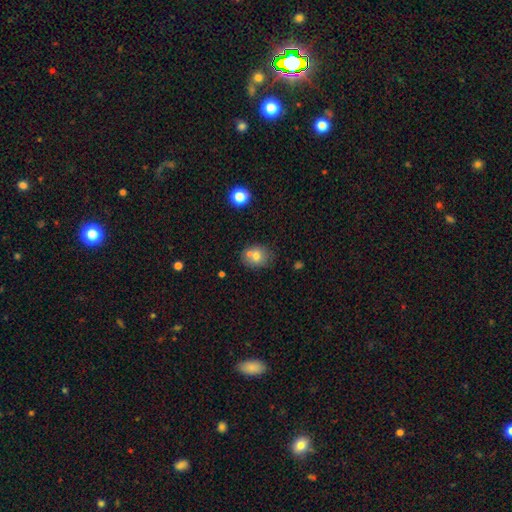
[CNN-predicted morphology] This is likely a smooth galaxy (70%). How rounded: likely round (62%). Merging: possibly none (56%).